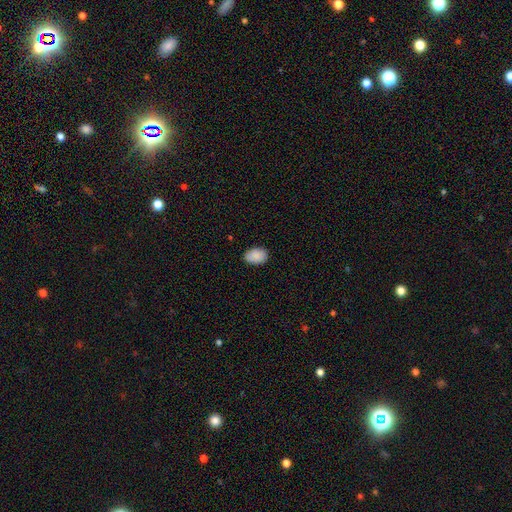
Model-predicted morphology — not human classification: A smooth galaxy with no disk features (90%) that is in between round and cigar-shaped (82%). Merging: none (86%).